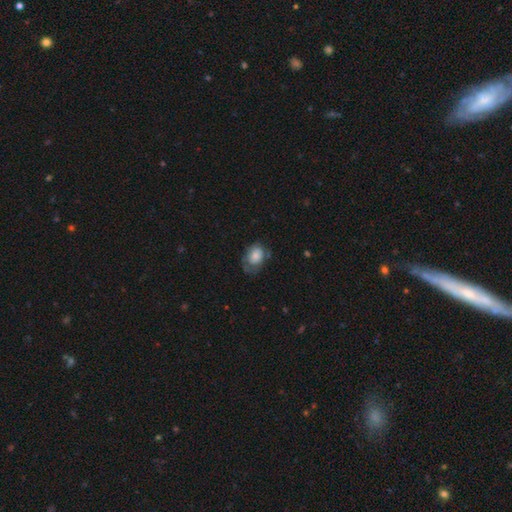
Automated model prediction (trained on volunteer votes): This appears to be a smooth galaxy with no disk features (65%) that is in between round and cigar-shaped (74%). Merging: none (48%).